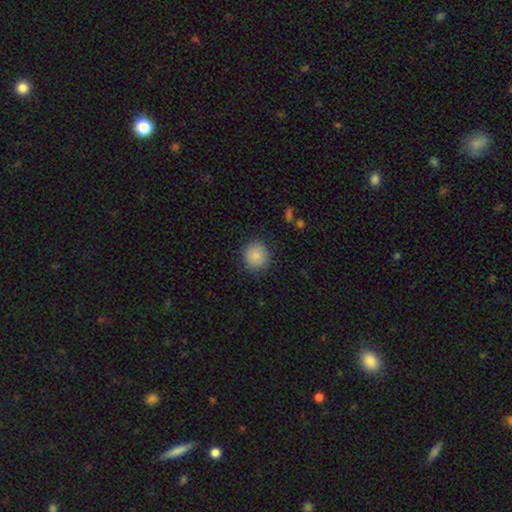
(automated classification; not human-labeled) Overall: smooth (87%). How rounded: round (90%). Merging: none (88%).